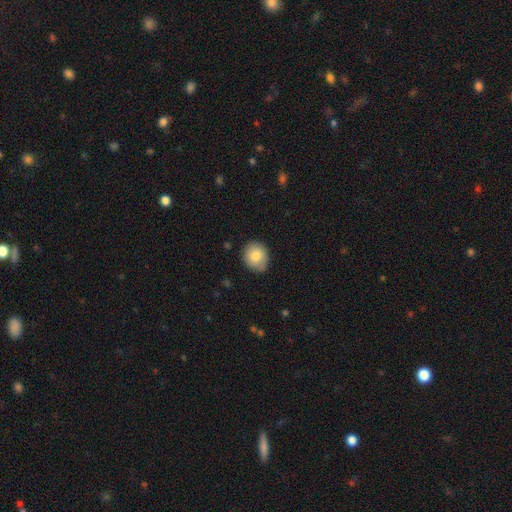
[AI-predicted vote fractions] Smooth or featured? smooth (82%)
How rounded? round (68%)
Merging? none (77%)